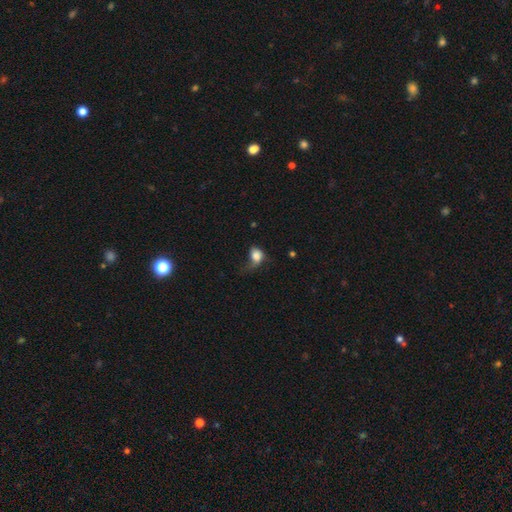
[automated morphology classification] The model was most divided on "merging": major disturbance: 45%, minor disturbance: 28%, none: 23%, merger: 4%. More confident: smooth or featured — smooth (77%); how rounded — in between (58%).